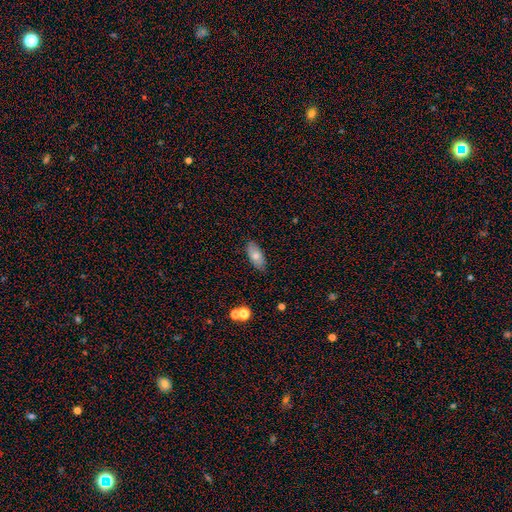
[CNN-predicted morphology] smooth_or_featured: smooth (p=0.73) [alt: featured or disk p=0.20]
how_rounded: in between (p=0.89) [alt: cigar-shaped p=0.08]
merging: none (p=0.83) [alt: minor disturbance p=0.13]